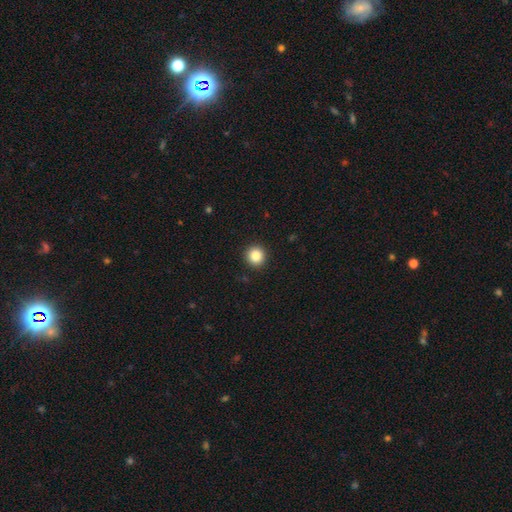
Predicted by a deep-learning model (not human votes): Smooth or featured?
  - smooth: 85% *
  - star or artifact: 10%
  - featured or disk: 5%
How rounded?
  - round: 93% *
  - in between: 6%
  - cigar-shaped: 1%
Merging?
  - none: 93% *
  - minor disturbance: 5%
  - major disturbance: 2%
  - merger: 1%